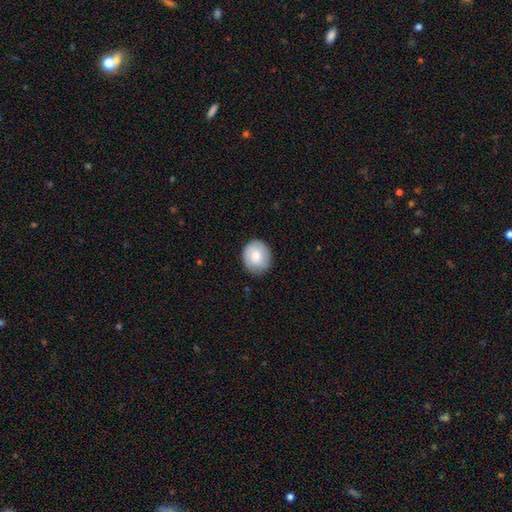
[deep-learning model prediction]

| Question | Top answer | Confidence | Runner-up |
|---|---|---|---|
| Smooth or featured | smooth | 73% | featured or disk (21%) |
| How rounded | round | 73% | in between (26%) |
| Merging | none | 84% | minor disturbance (12%) |